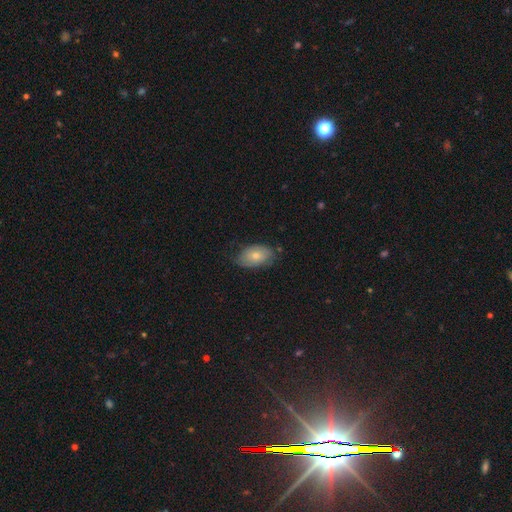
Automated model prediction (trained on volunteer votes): Morphology: type=smooth (69%); roundness=in between (92%); merging=none (68%).